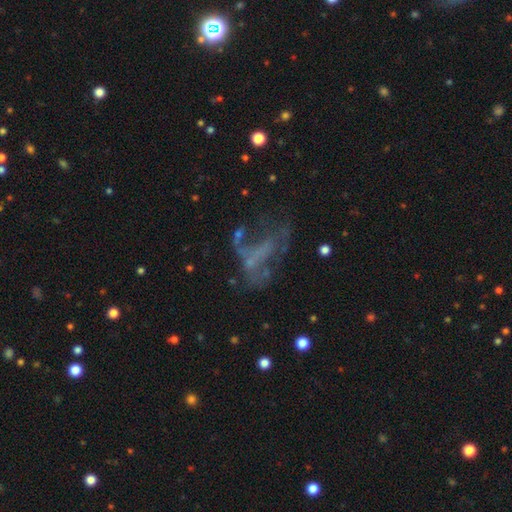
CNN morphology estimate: featured or disk 54%, smooth 23%, star or artifact 23%. Down the decision tree: edge-on disk — no (96%); bar — no (80%); spiral arms — no (80%); bulge size — none (76%); merging — major disturbance (45%).